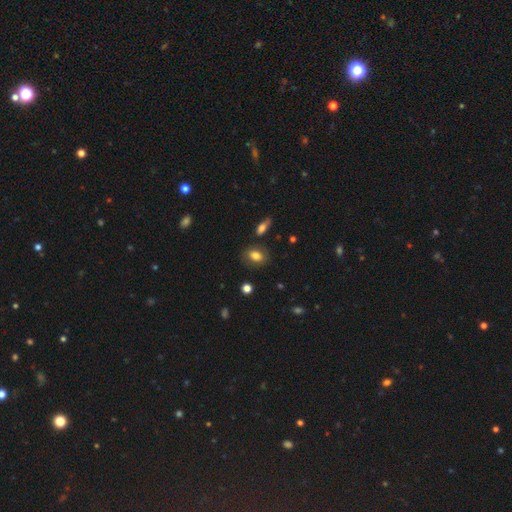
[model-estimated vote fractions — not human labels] Smooth or featured? smooth (76%)
How rounded? in between (73%)
Merging? none (80%)